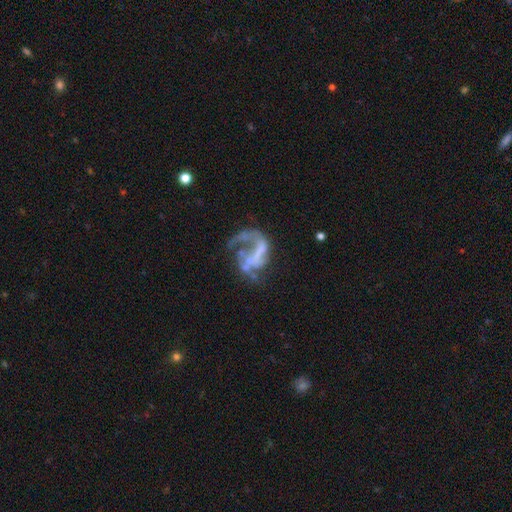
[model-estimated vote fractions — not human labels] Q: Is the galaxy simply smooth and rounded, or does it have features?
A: featured or disk — 73%.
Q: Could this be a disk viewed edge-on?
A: no — 98%.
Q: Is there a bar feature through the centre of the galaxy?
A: no — 65%.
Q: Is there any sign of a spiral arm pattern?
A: no — 51%.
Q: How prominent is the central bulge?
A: none — 76%.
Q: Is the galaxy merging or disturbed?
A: major disturbance — 50%.